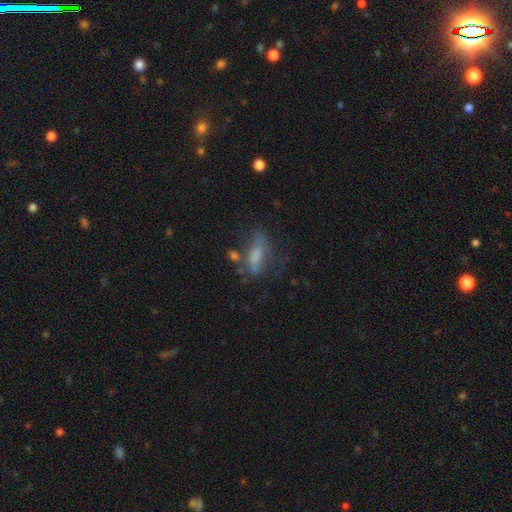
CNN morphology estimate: Overall: smooth (46%; featured or disk 39%). Merging: none (47%; minor disturbance 23%).